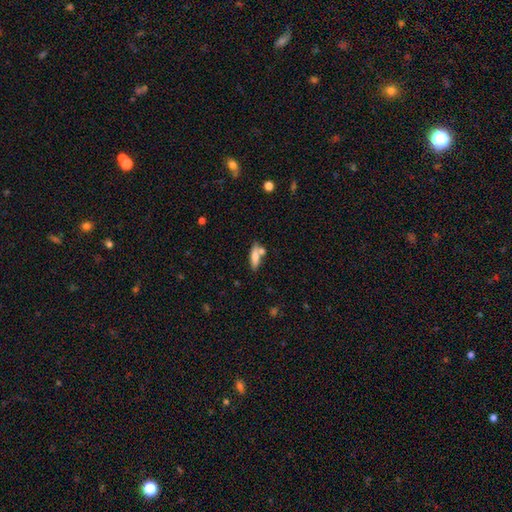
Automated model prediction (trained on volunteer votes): smooth 71%, featured or disk 22%, star or artifact 7%. Down the decision tree: how rounded — cigar-shaped (52%); merging — none (57%).